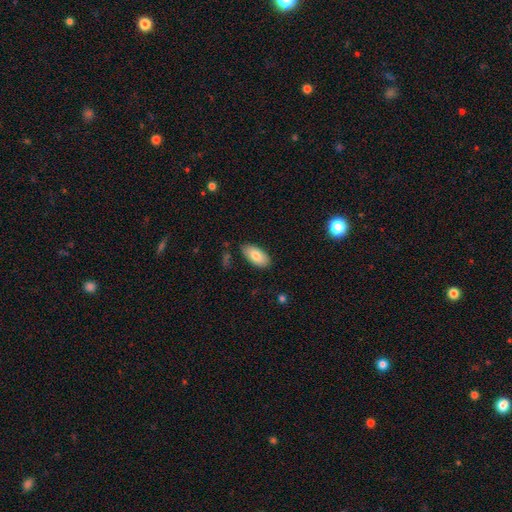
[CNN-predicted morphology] Smooth or featured? smooth (80%)
How rounded? in between (93%)
Merging? none (84%)